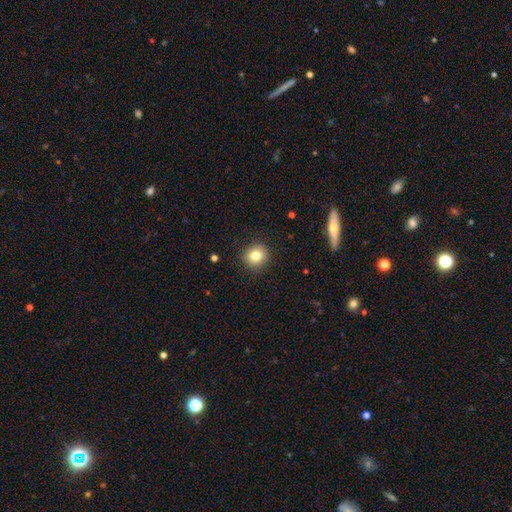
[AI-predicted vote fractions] Q: Smooth or featured?
A: smooth (81%); runner-up: star or artifact (11%)
Q: How rounded?
A: round (87%); runner-up: in between (12%)
Q: Merging?
A: none (90%); runner-up: minor disturbance (7%)